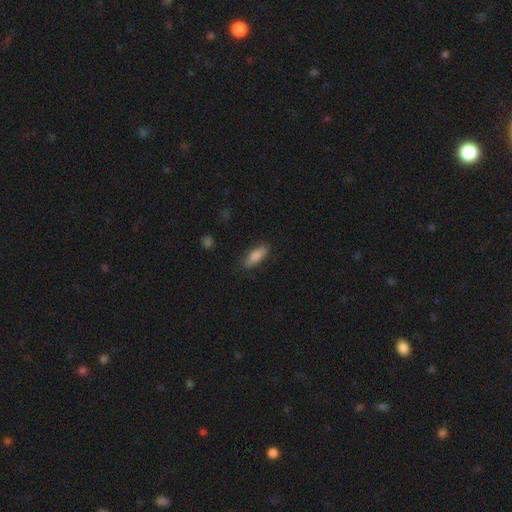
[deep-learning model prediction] This is clearly a smooth galaxy (82%). How rounded: likely in between (63%). Merging: clearly none (83%).